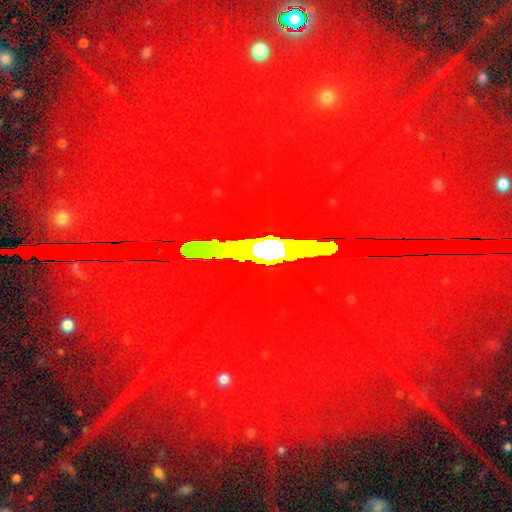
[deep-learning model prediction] Smooth or featured? Predicted: star or artifact (p=0.71).